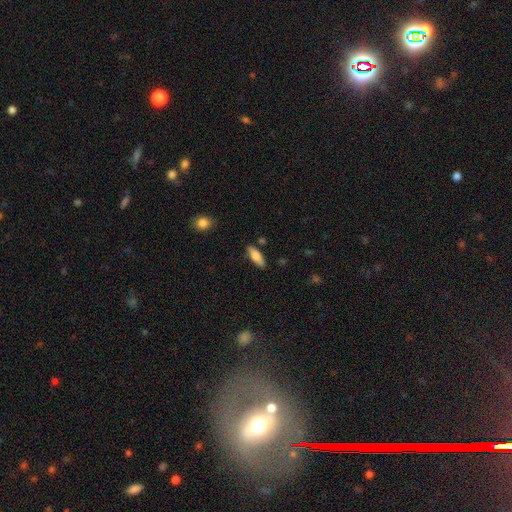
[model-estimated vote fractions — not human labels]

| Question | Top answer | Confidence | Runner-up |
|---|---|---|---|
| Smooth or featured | smooth | 78% | featured or disk (16%) |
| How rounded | in between | 62% | cigar-shaped (36%) |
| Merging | none | 82% | minor disturbance (12%) |